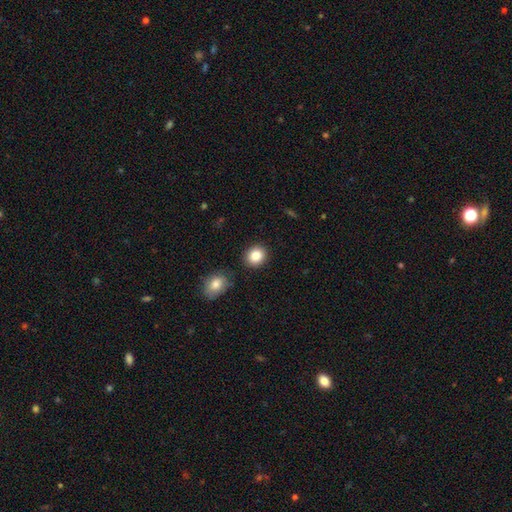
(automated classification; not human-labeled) Morphology: type=smooth (85%); roundness=round (73%); merging=none (86%).